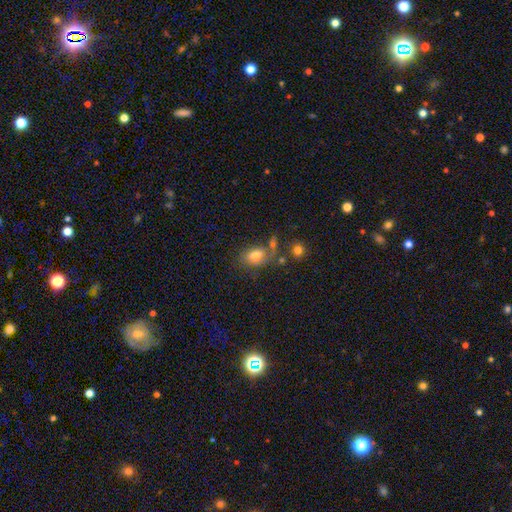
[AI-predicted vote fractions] Overall: smooth (77%). How rounded: in between (77%). Merging: none (56%; minor disturbance 19%).